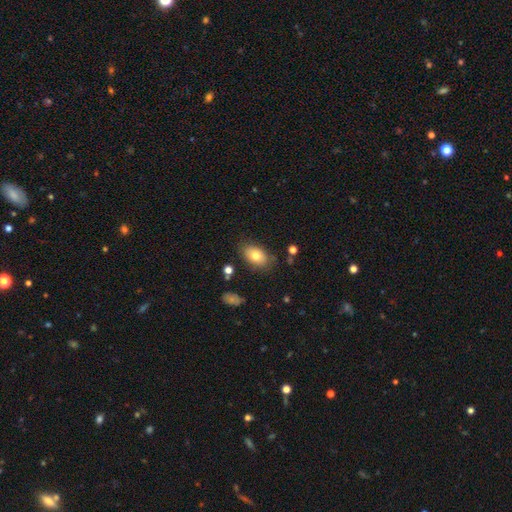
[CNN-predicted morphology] smooth 77%, featured or disk 14%, star or artifact 9%. Down the decision tree: how rounded — in between (87%); merging — none (79%).